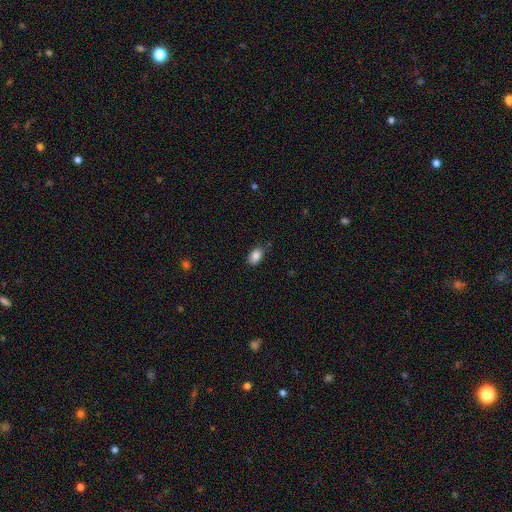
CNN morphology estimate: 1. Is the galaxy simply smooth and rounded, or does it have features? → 87% smooth, 8% star or artifact, 5% featured or disk.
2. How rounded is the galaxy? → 89% in between, 10% round, 1% cigar-shaped.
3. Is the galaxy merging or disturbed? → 82% none, 14% minor disturbance, 3% major disturbance, 2% merger.